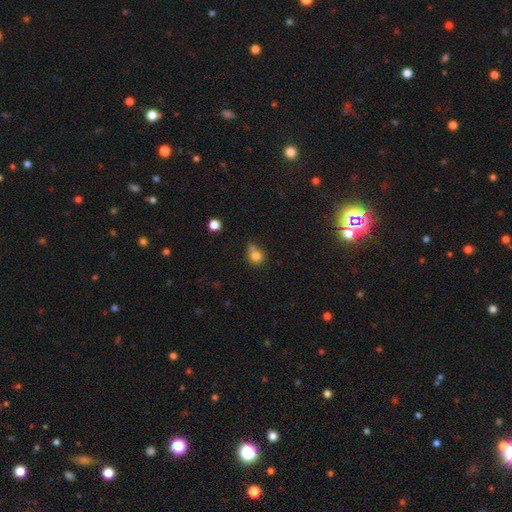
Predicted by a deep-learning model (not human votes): smooth_or_featured: smooth (p=0.79) [alt: star or artifact p=0.12]
how_rounded: round (p=0.80) [alt: in between p=0.19]
merging: none (p=0.48) [alt: merger p=0.28]